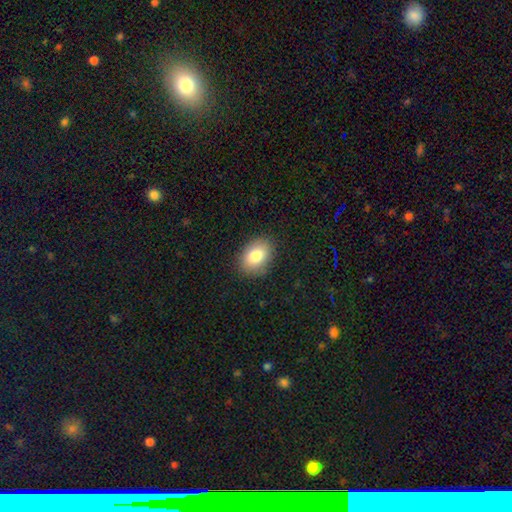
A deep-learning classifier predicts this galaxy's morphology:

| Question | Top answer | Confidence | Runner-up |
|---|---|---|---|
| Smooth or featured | smooth | 82% | featured or disk (10%) |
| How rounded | in between | 76% | round (23%) |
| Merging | none | 87% | minor disturbance (10%) |